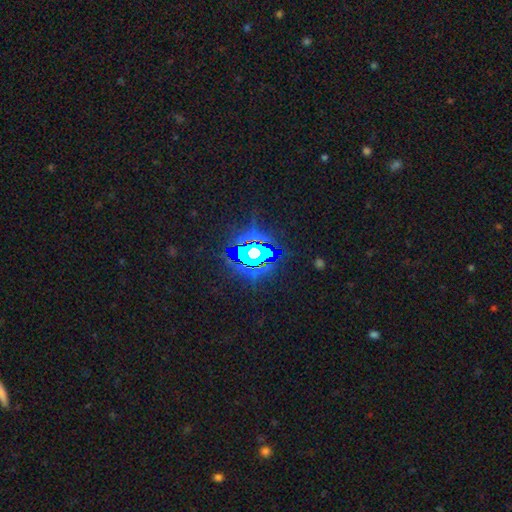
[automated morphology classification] Q: Smooth or featured?
A: star or artifact (78%); runner-up: smooth (11%)